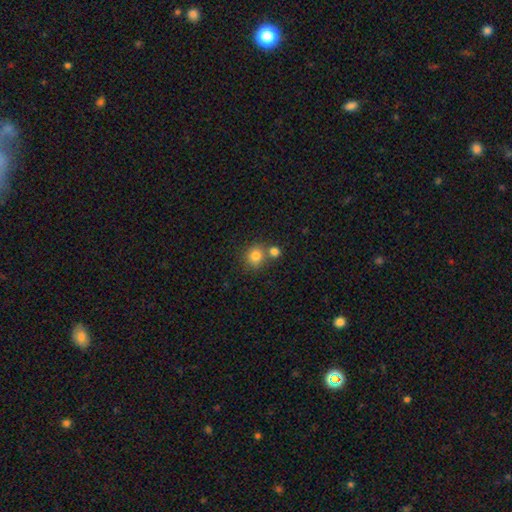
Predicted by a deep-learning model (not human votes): The model was most divided on "merging": none: 61%, merger: 27%, minor disturbance: 8%, major disturbance: 3%. More confident: how rounded — round (87%); smooth or featured — smooth (80%).